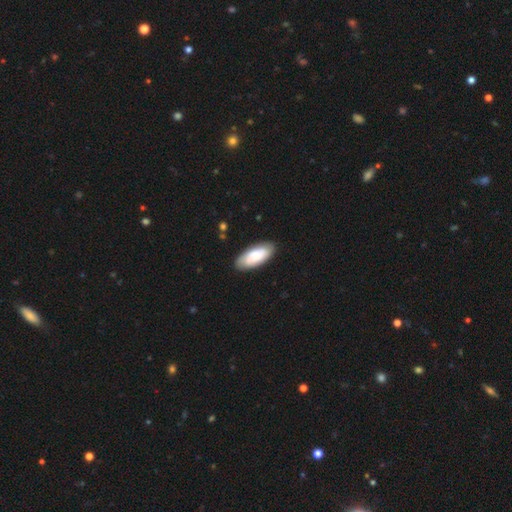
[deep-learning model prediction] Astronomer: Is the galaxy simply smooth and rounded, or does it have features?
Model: smooth — 74%.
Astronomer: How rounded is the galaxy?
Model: in between — 85%.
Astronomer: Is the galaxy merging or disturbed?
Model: none — 85%.